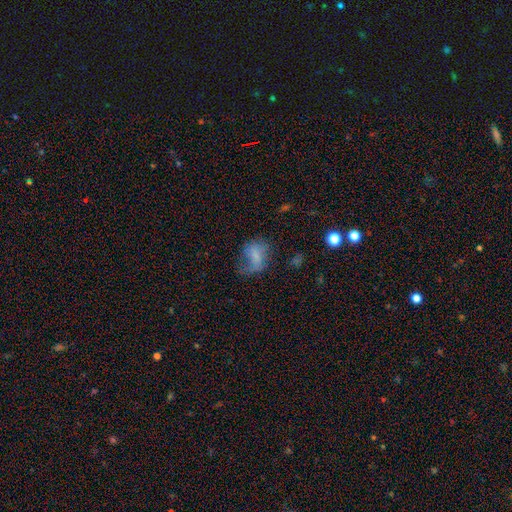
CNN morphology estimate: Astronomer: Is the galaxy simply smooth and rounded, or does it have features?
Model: smooth — 61%.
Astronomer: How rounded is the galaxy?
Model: in between — 73%.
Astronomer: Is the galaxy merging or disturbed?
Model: major disturbance — 34%, tied with none at 34%.